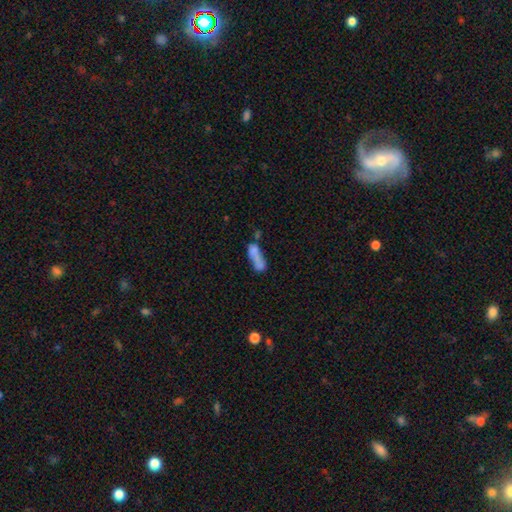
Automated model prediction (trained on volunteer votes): This is likely a smooth galaxy (63%). How rounded: possibly in between (56%). Merging: possibly merger (46%).